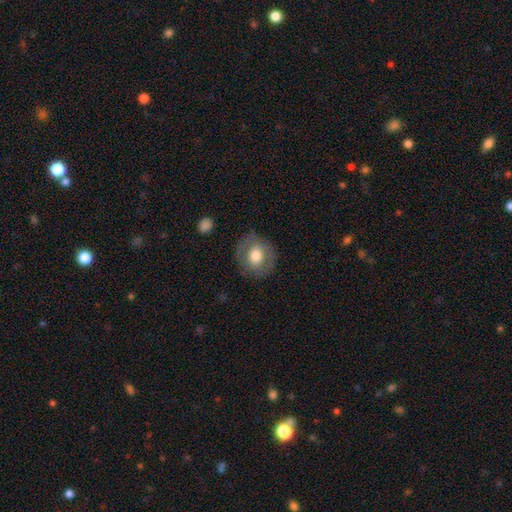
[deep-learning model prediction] Smooth or featured?
  - smooth: 63% *
  - featured or disk: 29%
  - star or artifact: 7%
How rounded?
  - round: 73% *
  - in between: 26%
  - cigar-shaped: 1%
Merging?
  - none: 80% *
  - minor disturbance: 13%
  - major disturbance: 6%
  - merger: 1%